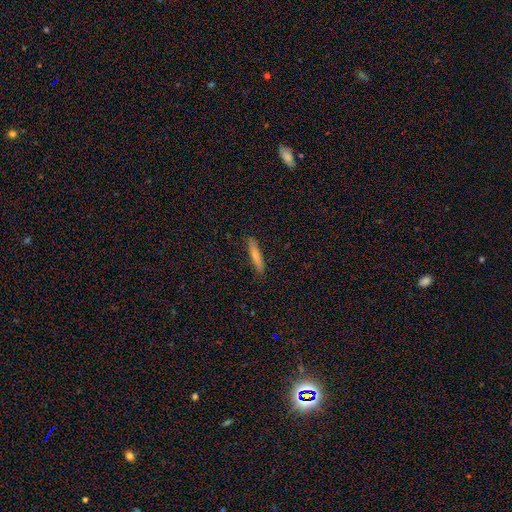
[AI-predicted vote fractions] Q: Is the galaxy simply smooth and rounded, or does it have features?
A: smooth — 75%.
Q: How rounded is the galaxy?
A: cigar-shaped — 90%.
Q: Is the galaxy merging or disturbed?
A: none — 87%.